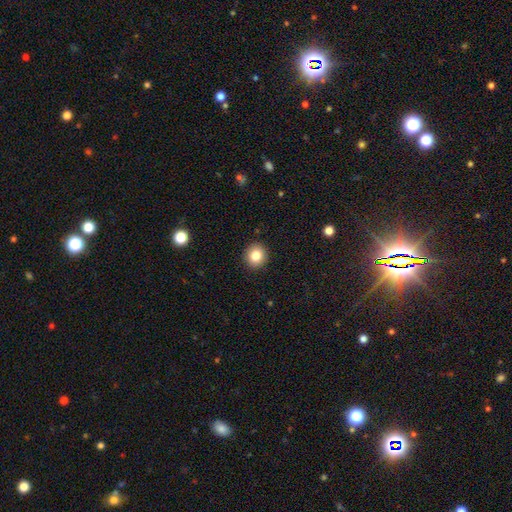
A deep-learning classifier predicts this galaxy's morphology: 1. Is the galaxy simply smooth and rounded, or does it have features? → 82% smooth, 10% star or artifact, 7% featured or disk.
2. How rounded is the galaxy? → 87% round, 12% in between, 1% cigar-shaped.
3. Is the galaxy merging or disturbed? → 92% none, 5% minor disturbance, 2% major disturbance, 1% merger.